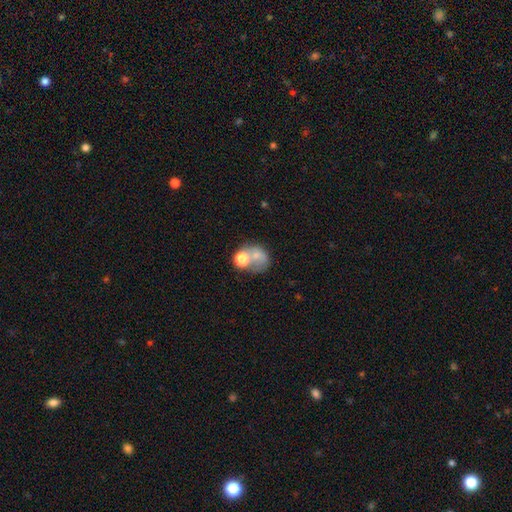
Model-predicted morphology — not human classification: Q: Smooth or featured?
A: smooth (63%); runner-up: featured or disk (24%)
Q: How rounded?
A: round (58%); runner-up: in between (41%)
Q: Merging?
A: merger (44%); runner-up: none (25%)